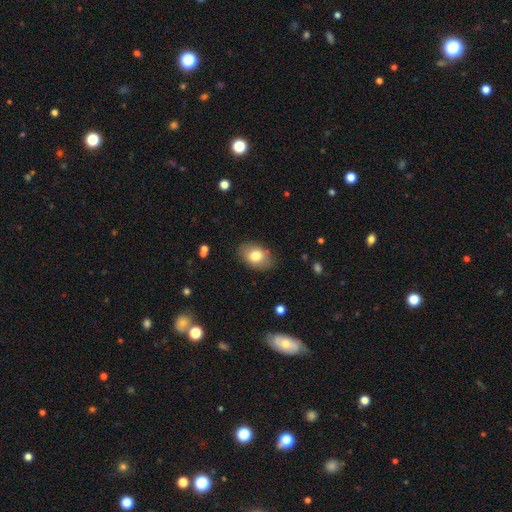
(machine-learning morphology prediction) Smooth or featured: smooth — 78% (featured or disk — 14%)
How rounded: in between — 82% (round — 17%)
Merging: none — 83% (minor disturbance — 12%)